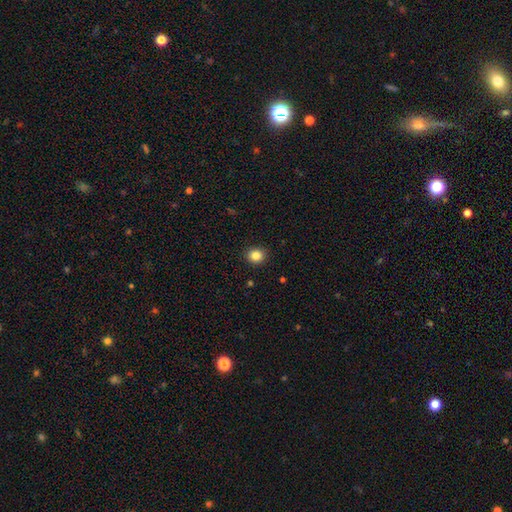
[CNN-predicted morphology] The model was most divided on "how rounded": round: 77%, in between: 22%, cigar-shaped: 1%. More confident: merging — none (92%); smooth or featured — smooth (84%).